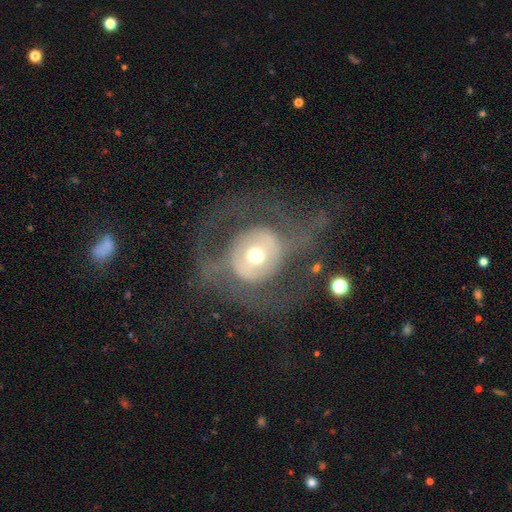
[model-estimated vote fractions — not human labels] This appears to be a featured or disk galaxy (62%) with no bar (71%), no spiral arms (61%) and a moderate central bulge (64%). Merging: none (53%).